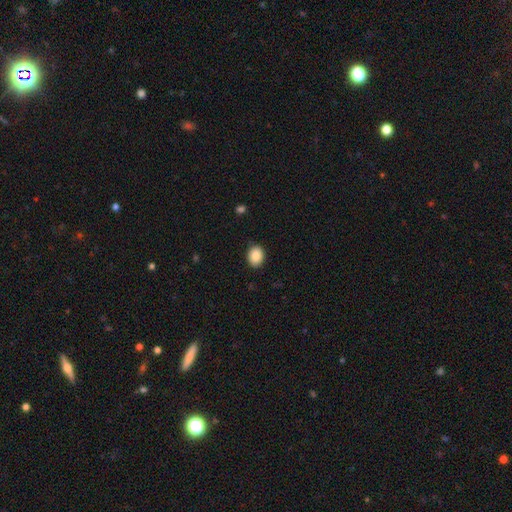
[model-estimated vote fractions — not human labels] This is clearly a smooth galaxy (87%). How rounded: possibly in between (54%). Merging: clearly none (89%).